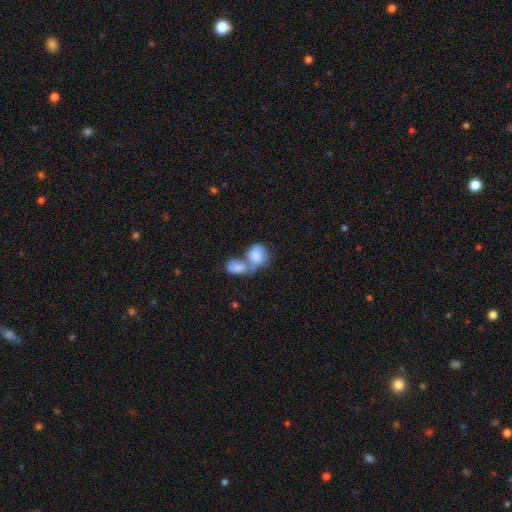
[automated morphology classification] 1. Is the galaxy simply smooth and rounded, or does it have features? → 74% smooth, 19% featured or disk, 7% star or artifact.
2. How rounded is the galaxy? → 55% in between, 43% round, 2% cigar-shaped.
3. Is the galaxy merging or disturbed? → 73% merger, 16% none, 7% minor disturbance, 5% major disturbance.